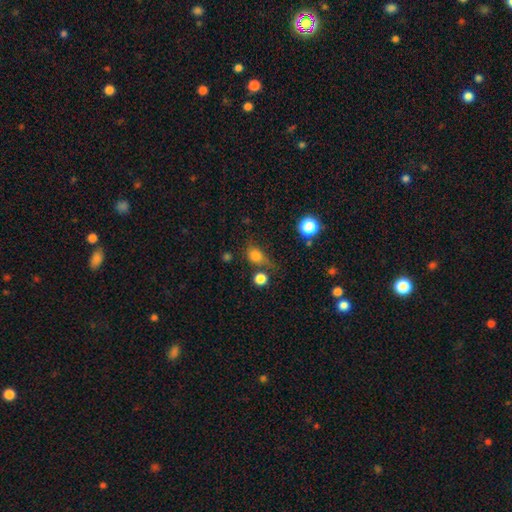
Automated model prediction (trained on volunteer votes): Morphology: type=smooth (77%); roundness=round (54%); merging=none (47%).